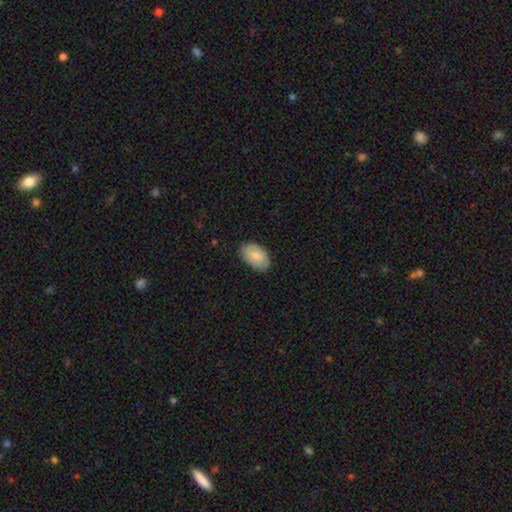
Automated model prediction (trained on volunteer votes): Overall: smooth (81%). How rounded: in between (92%). Merging: none (82%).